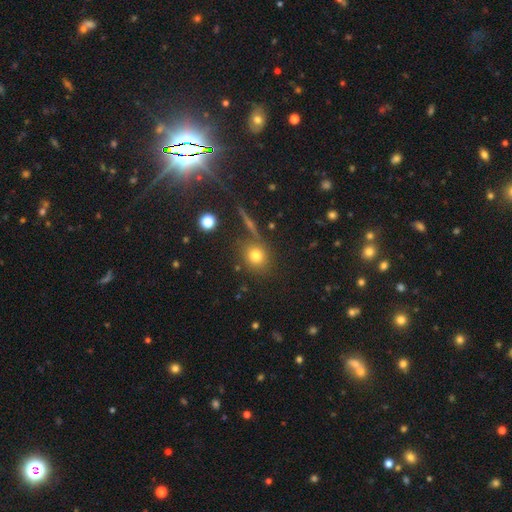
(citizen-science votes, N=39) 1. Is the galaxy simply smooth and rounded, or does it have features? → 87% smooth, 10% star or artifact, 3% featured or disk.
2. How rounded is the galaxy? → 74% round, 26% in between, 0% cigar-shaped.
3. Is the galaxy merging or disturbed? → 83% none, 14% minor disturbance, 3% merger, 0% major disturbance.